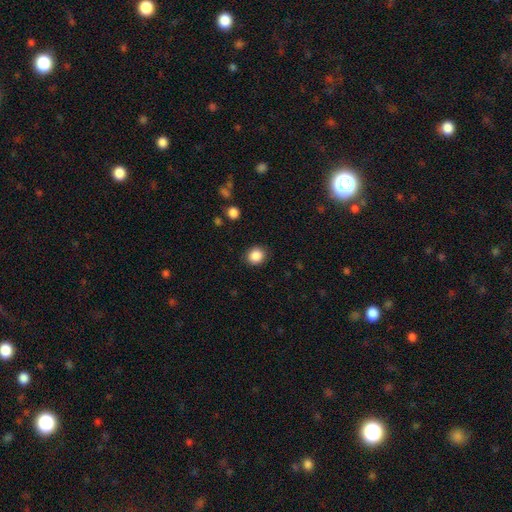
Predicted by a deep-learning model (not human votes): This appears to be a smooth galaxy with no disk features (88%) that is round (80%). Merging: none (89%).